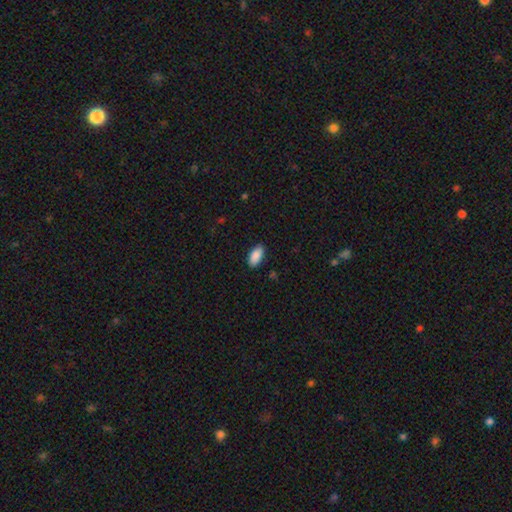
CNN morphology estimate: Smooth or featured?
  - smooth: 89% *
  - star or artifact: 6%
  - featured or disk: 4%
How rounded?
  - in between: 91% *
  - cigar-shaped: 7%
  - round: 2%
Merging?
  - none: 88% *
  - minor disturbance: 9%
  - major disturbance: 2%
  - merger: 1%